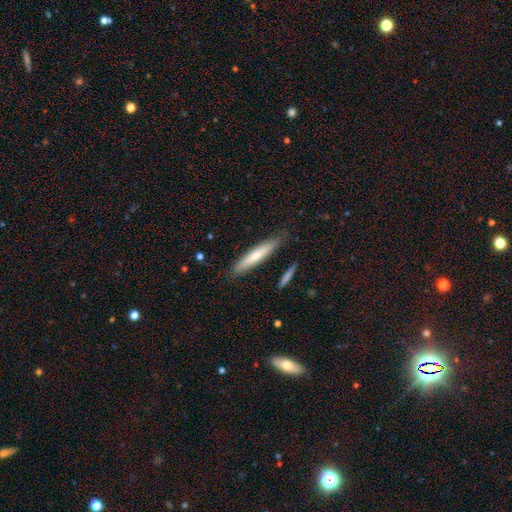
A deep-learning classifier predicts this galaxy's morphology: The model was most divided on "smooth or featured": smooth: 64%, featured or disk: 31%, star or artifact: 6%. More confident: how rounded — cigar-shaped (89%); merging — none (83%).